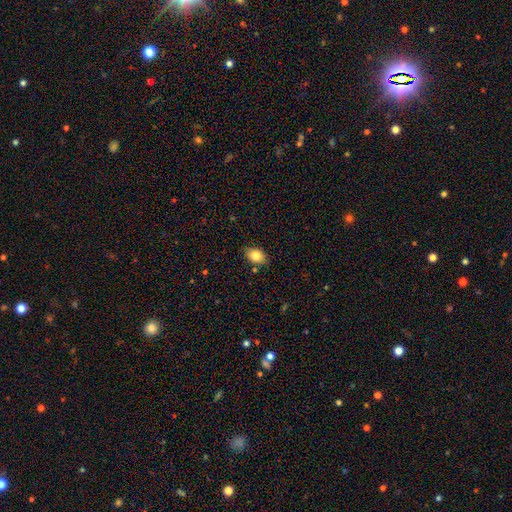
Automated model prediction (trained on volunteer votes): The model was most divided on "how rounded": in between: 74%, round: 25%, cigar-shaped: 1%. More confident: smooth or featured — smooth (83%); merging — none (83%).